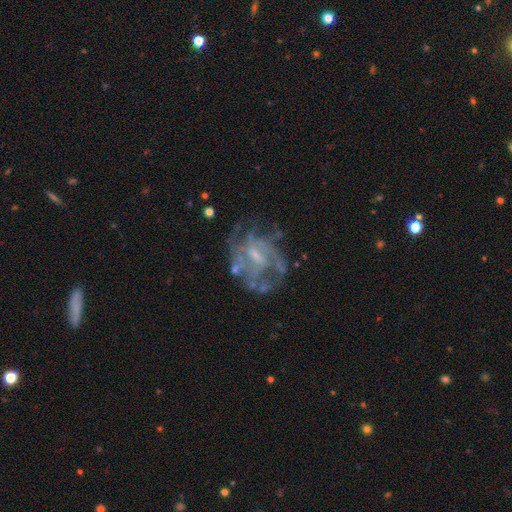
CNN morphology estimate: featured or disk 80%, smooth 11%, star or artifact 9%. Down the decision tree: edge-on disk — no (98%); bar — weak (51%); spiral arms — yes (70%); spiral arm count — can't tell (46%); spiral winding — medium (42%); bulge size — small (49%); merging — none (51%).